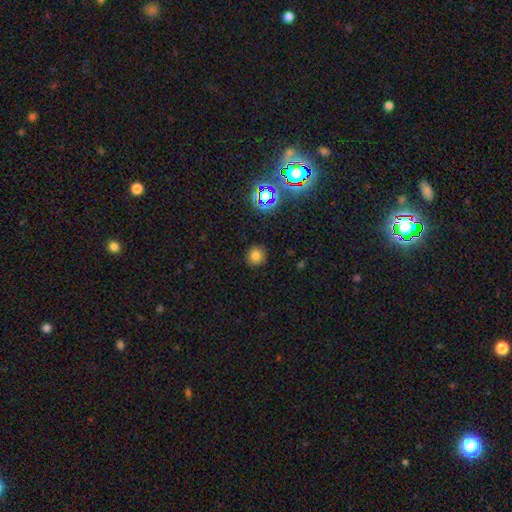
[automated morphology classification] A smooth galaxy with no disk features (76%) that is round (91%).

Vote fractions:
- Smooth or featured? smooth: 76% / star or artifact: 18% / featured or disk: 6%
- How rounded? round: 91% / in between: 8% / cigar-shaped: 1%
- Merging? none: 89% / minor disturbance: 7% / major disturbance: 2% / merger: 1%